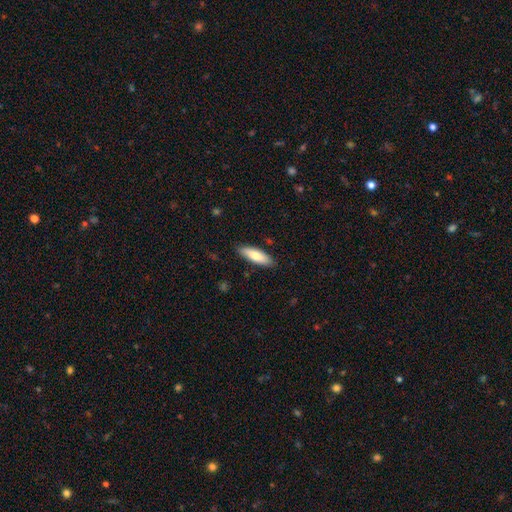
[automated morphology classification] The model was most divided on "how rounded": in between: 51%, cigar-shaped: 47%, round: 2%. More confident: merging — none (87%); smooth or featured — smooth (77%).